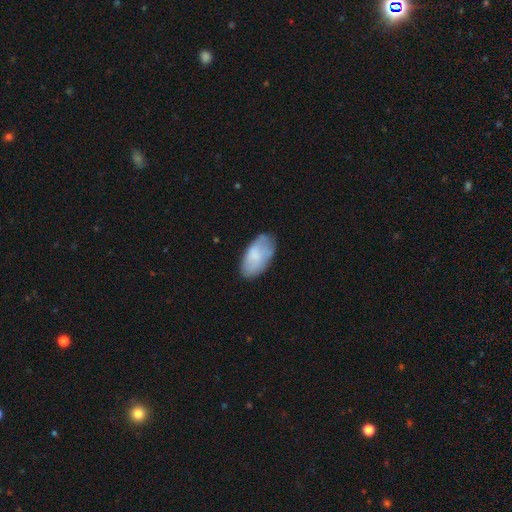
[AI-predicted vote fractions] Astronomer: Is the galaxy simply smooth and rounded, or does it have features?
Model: smooth — 76%.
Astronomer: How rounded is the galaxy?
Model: in between — 95%.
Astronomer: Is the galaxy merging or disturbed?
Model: none — 70%.